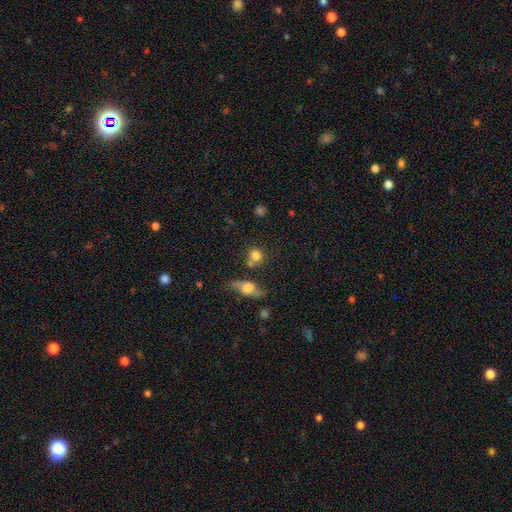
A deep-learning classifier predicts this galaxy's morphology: The model was most divided on "merging": none: 62%, merger: 22%, minor disturbance: 12%, major disturbance: 5%. More confident: how rounded — round (84%); smooth or featured — smooth (77%).